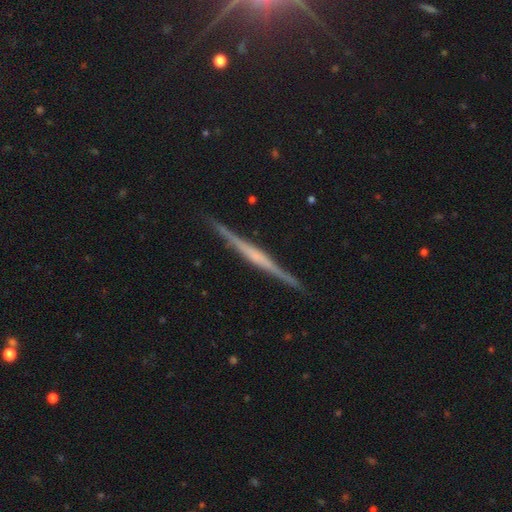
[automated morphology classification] Smooth or featured? Predicted: featured or disk (p=0.78). Edge-on disk? Predicted: yes (p=0.98). Edge-on bulge? Predicted: none (p=0.41). Merging? Predicted: none (p=0.91).